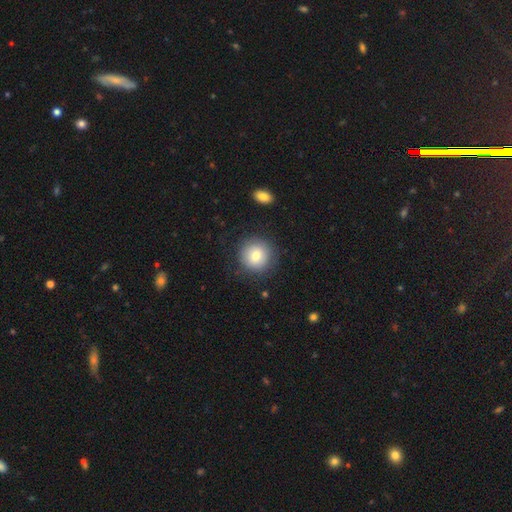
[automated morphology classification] Overall: smooth (77%). How rounded: round (93%). Merging: none (85%).